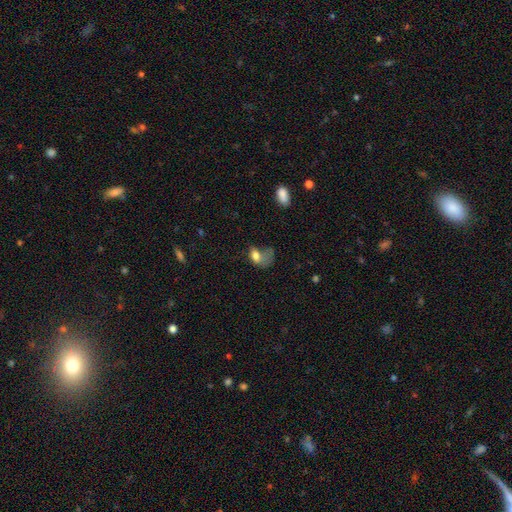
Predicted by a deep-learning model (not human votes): The model was most divided on "merging": major disturbance: 61%, minor disturbance: 17%, none: 15%, merger: 6%. More confident: how rounded — in between (77%); smooth or featured — smooth (68%).